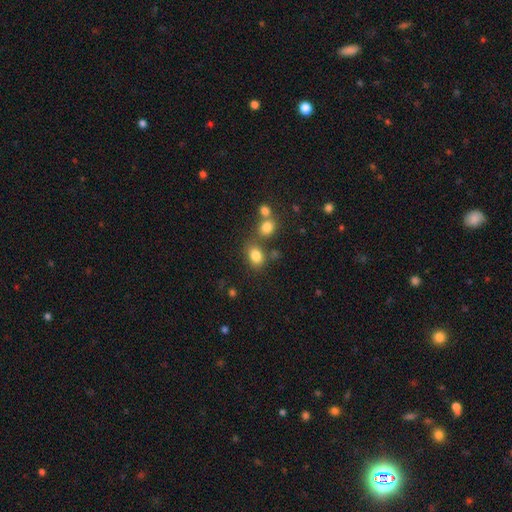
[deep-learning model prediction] Smooth or featured?
  - smooth: 81% *
  - star or artifact: 11%
  - featured or disk: 7%
How rounded?
  - in between: 62% *
  - round: 37%
  - cigar-shaped: 1%
Merging?
  - none: 63% *
  - merger: 19%
  - minor disturbance: 13%
  - major disturbance: 5%